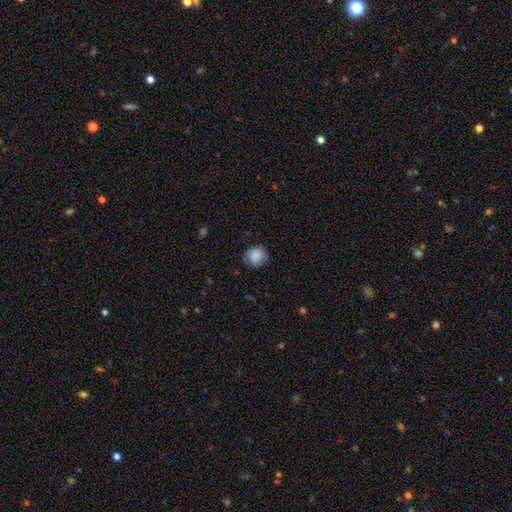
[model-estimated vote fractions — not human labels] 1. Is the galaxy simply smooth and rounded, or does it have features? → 87% smooth, 8% star or artifact, 5% featured or disk.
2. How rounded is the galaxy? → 91% round, 8% in between, 1% cigar-shaped.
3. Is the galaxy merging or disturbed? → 79% none, 17% minor disturbance, 3% major disturbance, 1% merger.